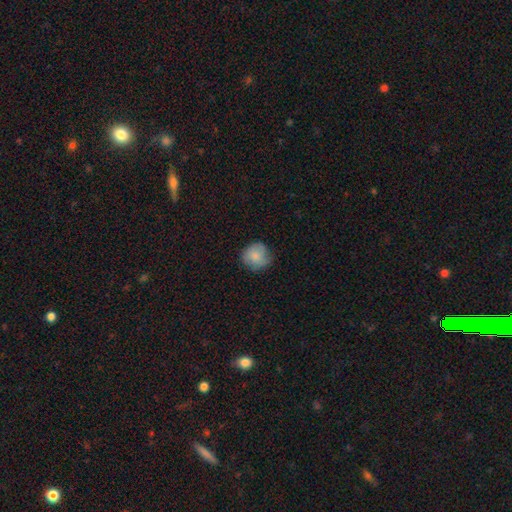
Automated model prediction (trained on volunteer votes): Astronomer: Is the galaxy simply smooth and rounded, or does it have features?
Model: smooth — 78%.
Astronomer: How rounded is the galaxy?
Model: round — 87%.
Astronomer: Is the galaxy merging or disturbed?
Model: none — 71%.